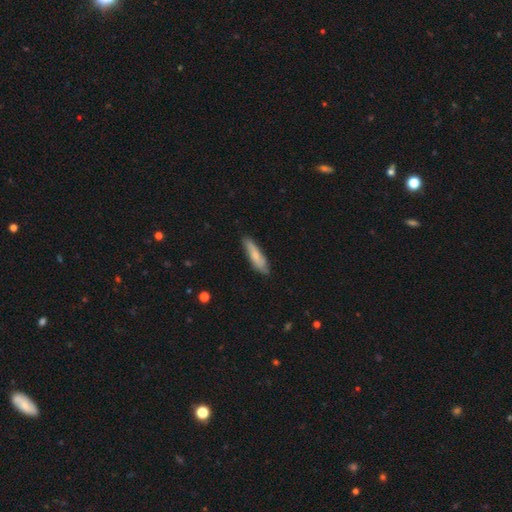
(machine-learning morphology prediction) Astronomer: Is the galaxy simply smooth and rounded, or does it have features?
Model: smooth — 61%.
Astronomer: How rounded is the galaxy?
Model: cigar-shaped — 70%.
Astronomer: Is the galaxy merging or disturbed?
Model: none — 78%.